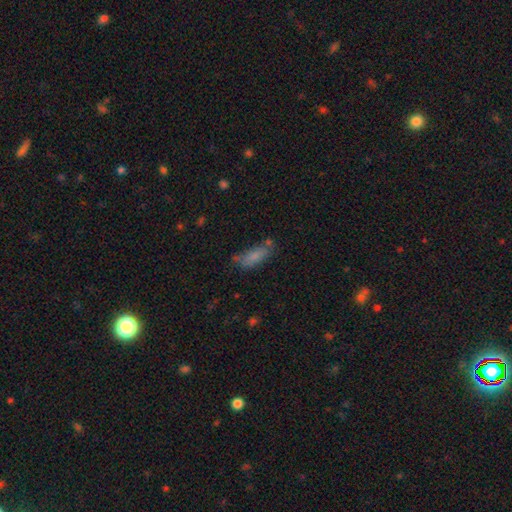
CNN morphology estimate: Smooth or featured? smooth (79%)
How rounded? in between (64%)
Merging? none (60%)